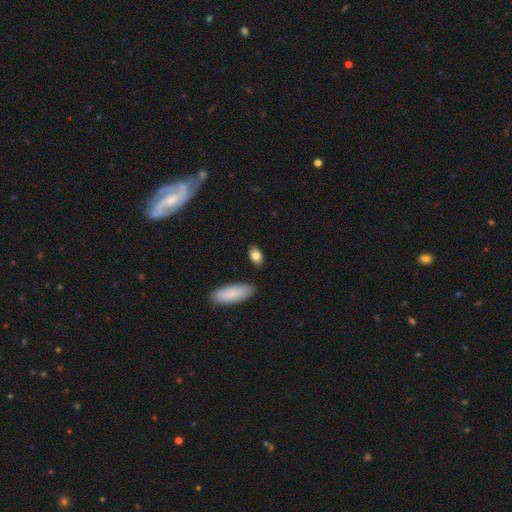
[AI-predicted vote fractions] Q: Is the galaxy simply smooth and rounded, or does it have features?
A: smooth — 84%.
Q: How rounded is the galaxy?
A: in between — 88%.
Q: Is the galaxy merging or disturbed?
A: none — 83%.